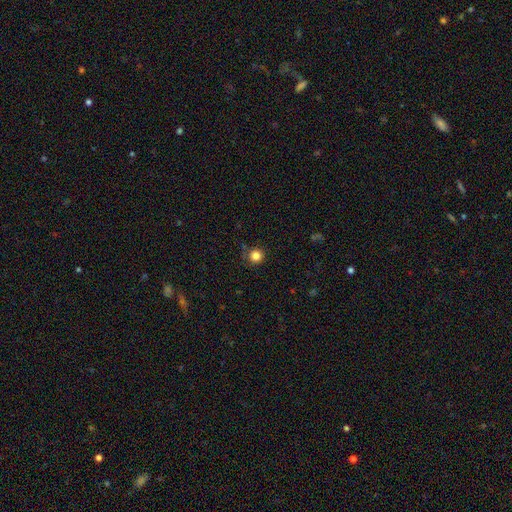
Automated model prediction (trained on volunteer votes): A smooth galaxy with no disk features (84%) that is round (95%). Merging: none (85%).